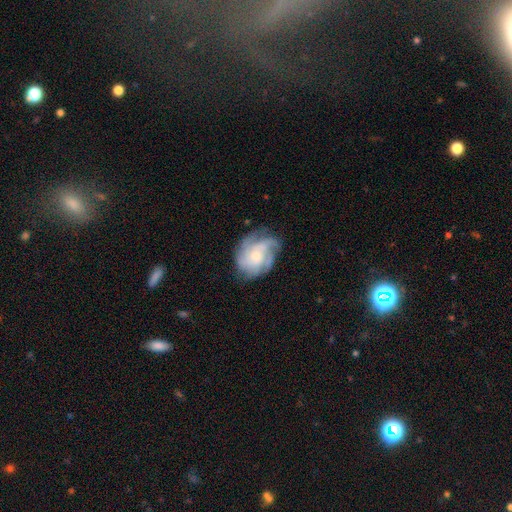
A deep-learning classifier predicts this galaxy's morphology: A featured or disk galaxy (73%) with no bar (75%), tight (45%) spiral arms (91%) and a small central bulge (47%). Merging: none (62%).